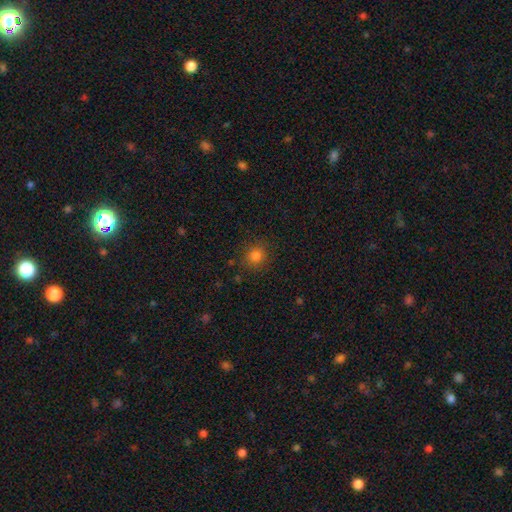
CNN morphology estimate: smooth 82%, star or artifact 13%, featured or disk 5%. Down the decision tree: how rounded — round (86%); merging — none (86%).